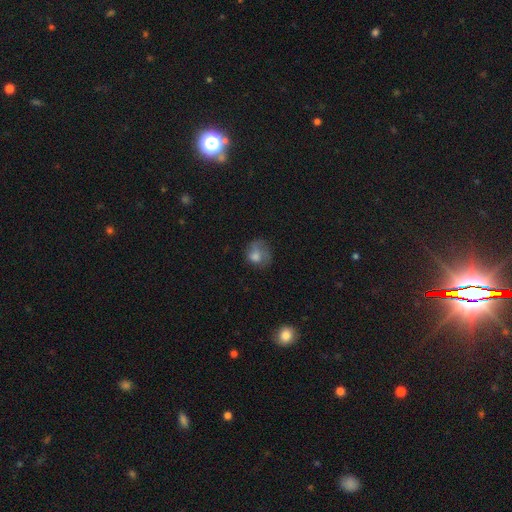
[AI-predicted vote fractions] Morphology: type=smooth (68%); roundness=round (65%); merging=none (45%).